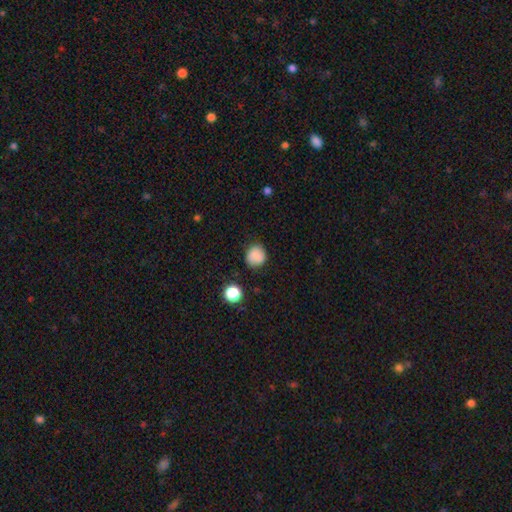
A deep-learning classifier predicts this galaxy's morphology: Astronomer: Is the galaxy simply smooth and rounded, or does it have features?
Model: smooth — 85%.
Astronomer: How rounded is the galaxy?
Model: round — 81%.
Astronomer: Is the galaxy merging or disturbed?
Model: none — 81%.